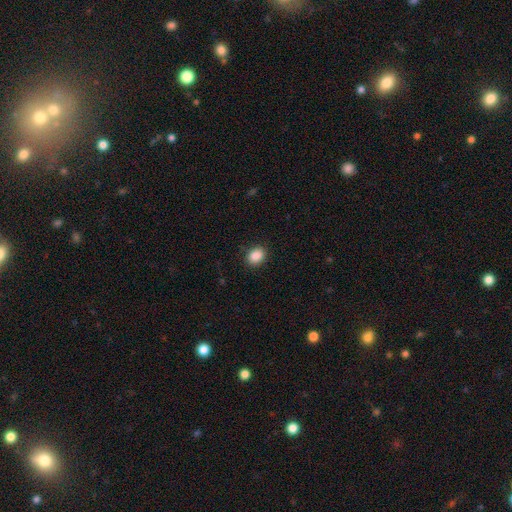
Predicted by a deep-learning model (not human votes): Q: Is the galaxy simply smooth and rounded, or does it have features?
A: smooth — 88%.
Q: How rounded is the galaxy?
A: in between — 58%.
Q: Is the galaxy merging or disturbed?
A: none — 87%.